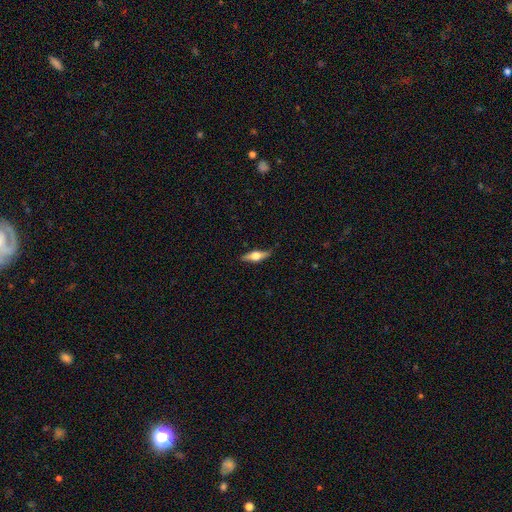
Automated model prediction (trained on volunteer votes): Morphology: type=featured or disk (54%); edge-on=yes (93%); merging=none (85%).